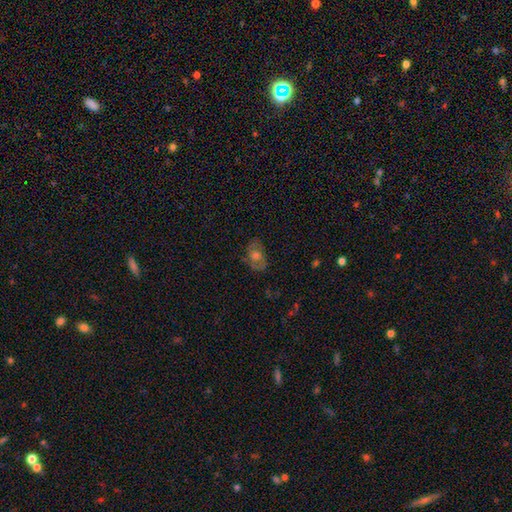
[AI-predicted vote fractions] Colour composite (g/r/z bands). It shows a featured or disk galaxy (51%). Merging: none (73%).